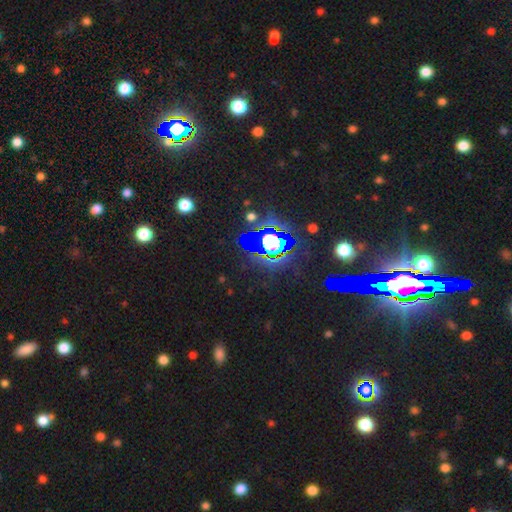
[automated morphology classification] This is clearly a star or artifact rather than a galaxy (81%).